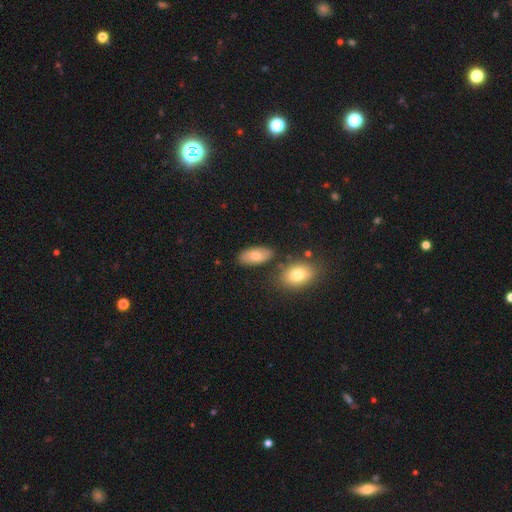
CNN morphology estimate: smooth 74%, featured or disk 18%, star or artifact 8%. Down the decision tree: how rounded — in between (92%); merging — none (77%).